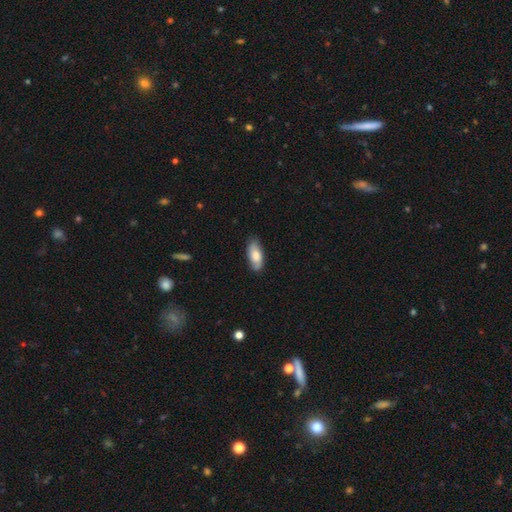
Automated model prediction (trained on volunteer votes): This appears to be a smooth galaxy with no disk features (74%) that is in between round and cigar-shaped (86%). Merging: none (82%).